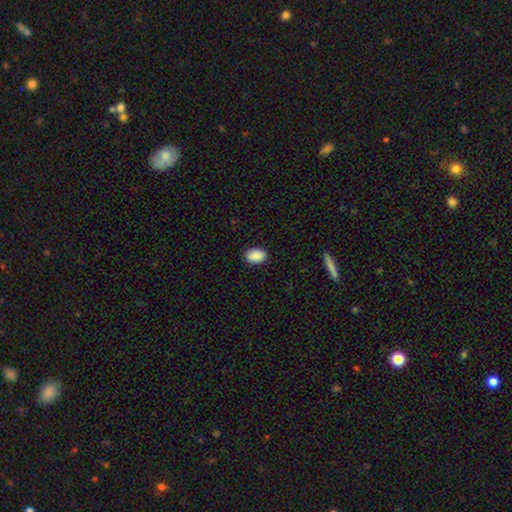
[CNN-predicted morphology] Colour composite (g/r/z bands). It shows a smooth galaxy with no disk features (90%) that is in between round and cigar-shaped (88%). Merging: none (89%).